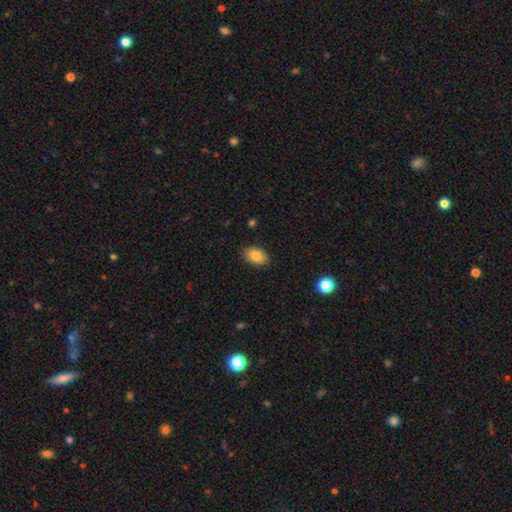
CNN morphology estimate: smooth-or-featured: smooth: 84% | featured or disk: 9% | star or artifact: 8%
  how-rounded: in between: 90% | round: 9% | cigar-shaped: 1%
  merging: none: 86% | minor disturbance: 11% | major disturbance: 2% | merger: 1%